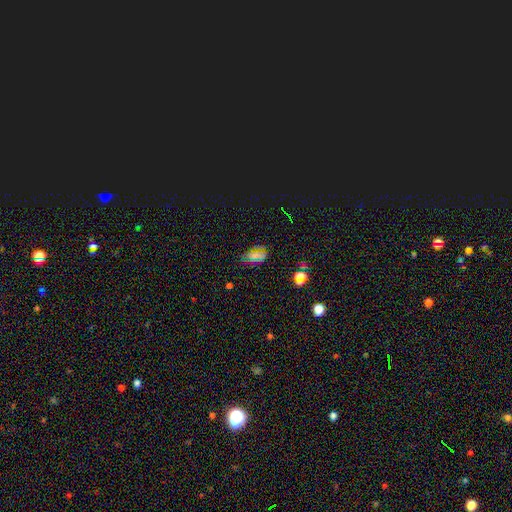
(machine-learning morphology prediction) Smooth or featured?
  - smooth: 48% *
  - star or artifact: 38%
  - featured or disk: 14%
Merging?
  - none: 74% *
  - minor disturbance: 17%
  - major disturbance: 6%
  - merger: 3%